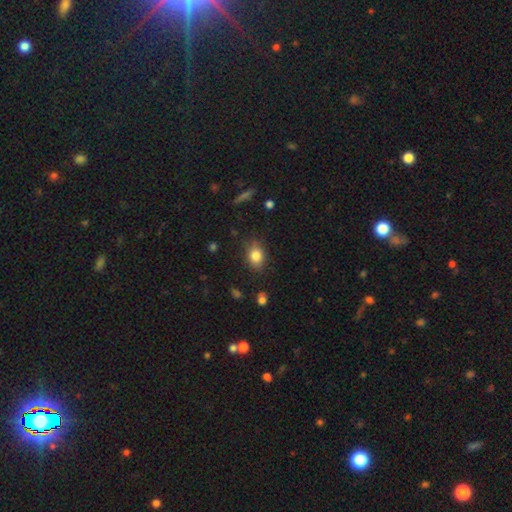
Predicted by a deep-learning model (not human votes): Morphology: type=smooth (82%); roundness=in between (67%); merging=none (81%).